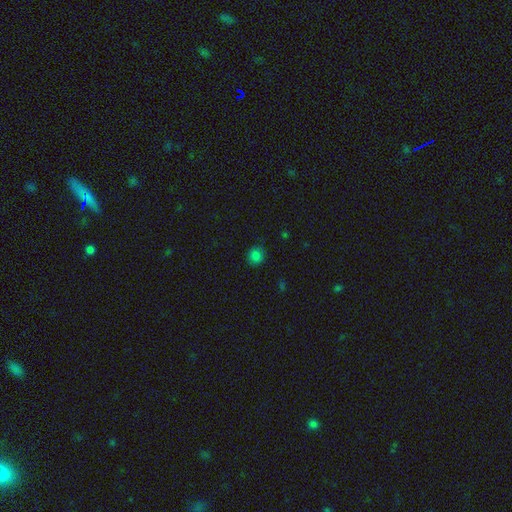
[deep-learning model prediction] smooth 81%, star or artifact 15%, featured or disk 4%. Down the decision tree: how rounded — round (88%); merging — none (87%).